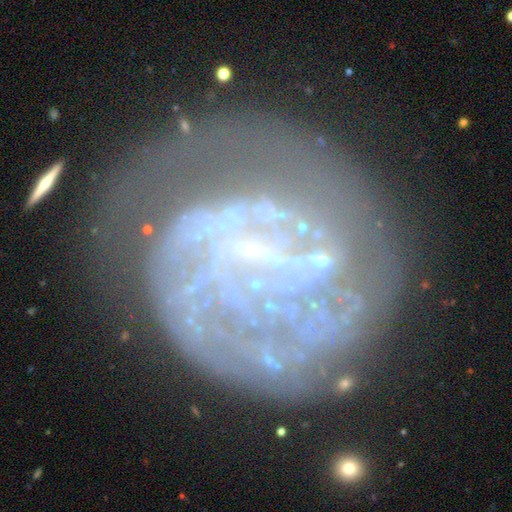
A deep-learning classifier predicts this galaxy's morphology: Q: Smooth or featured?
A: featured or disk (75%); runner-up: smooth (16%)
Q: Edge-on disk?
A: no (98%); runner-up: yes (2%)
Q: Bar?
A: no (51%); runner-up: weak (32%)
Q: Spiral arms?
A: yes (65%); runner-up: no (35%)
Q: Bulge size?
A: none (58%); runner-up: small (30%)
Q: Merging?
A: none (50%); runner-up: major disturbance (25%)